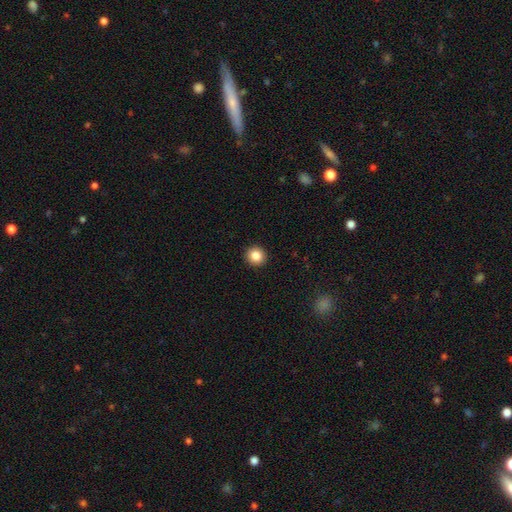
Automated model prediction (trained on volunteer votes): Q: Smooth or featured?
A: smooth (85%); runner-up: star or artifact (10%)
Q: How rounded?
A: round (93%); runner-up: in between (6%)
Q: Merging?
A: none (93%); runner-up: minor disturbance (4%)